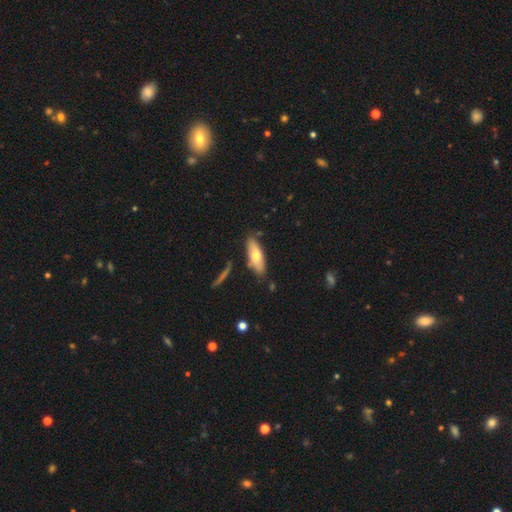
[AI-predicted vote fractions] smooth_or_featured: smooth (p=0.64) [alt: featured or disk p=0.30]
how_rounded: in between (p=0.66) [alt: cigar-shaped p=0.32]
merging: none (p=0.75) [alt: minor disturbance p=0.16]